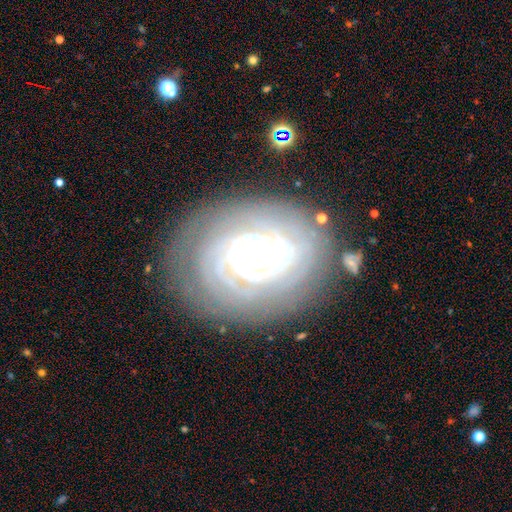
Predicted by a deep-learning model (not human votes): Smooth or featured: featured or disk — 84% (smooth — 8%)
Edge-on disk: no — 96% (yes — 4%)
Bar: no — 63% (weak — 21%)
Spiral arms: yes — 97% (no — 3%)
Spiral winding: tight — 86% (medium — 12%)
Spiral arm count: can't tell — 27% (more than 4 — 19%)
Bulge size: moderate — 45% (large — 28%)
Merging: none — 78% (minor disturbance — 15%)